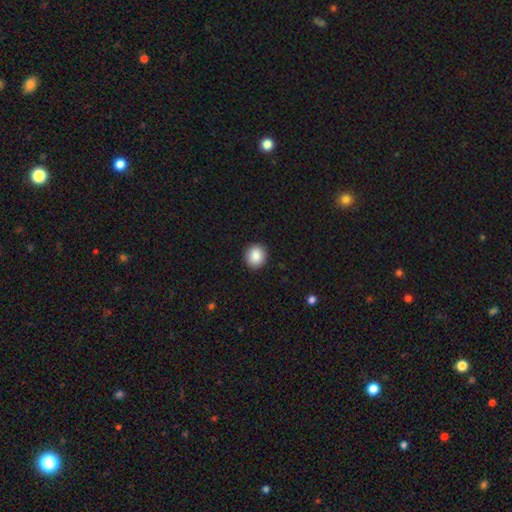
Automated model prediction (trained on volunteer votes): Smooth or featured? Predicted: smooth (p=0.88). How rounded? Predicted: round (p=0.87). Merging? Predicted: none (p=0.92).